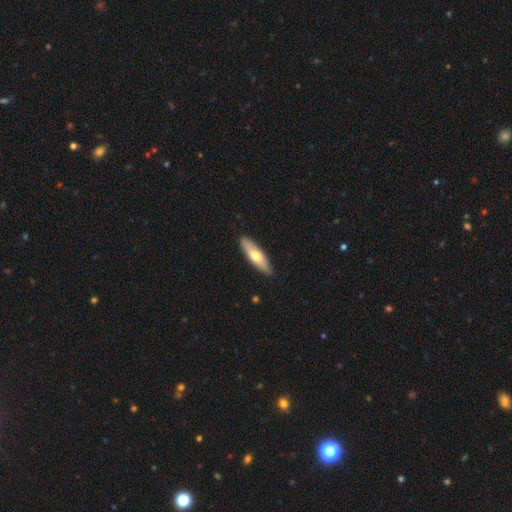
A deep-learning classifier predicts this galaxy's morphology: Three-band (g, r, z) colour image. It shows a smooth galaxy with no disk features (60%) that is cigar-shaped (54%). Merging: none (88%).